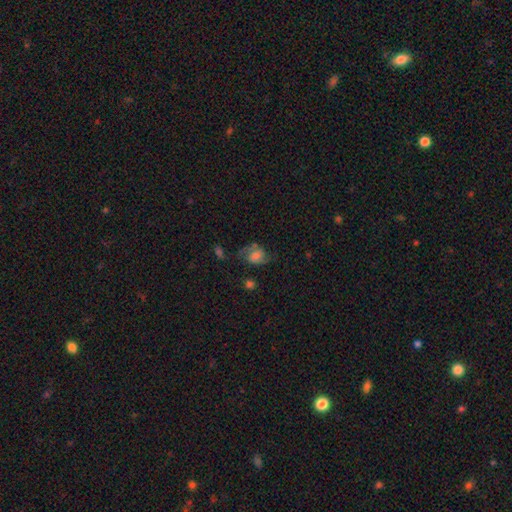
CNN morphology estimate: This appears to be a featured or disk galaxy (57%) with no bar (47%), spiral arms (87%) and a moderate central bulge (40%). Merging: none (57%).